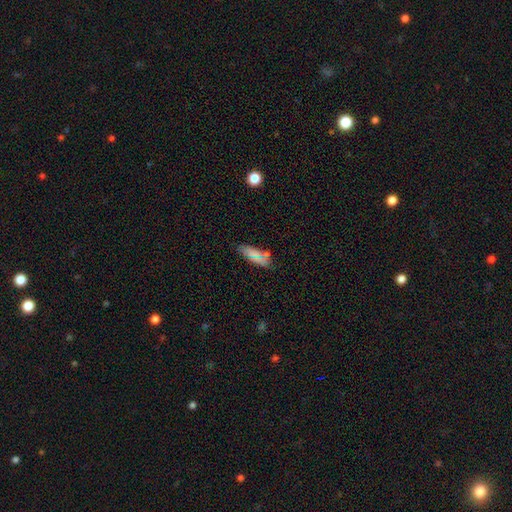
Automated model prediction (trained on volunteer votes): Q: Smooth or featured?
A: smooth (77%); runner-up: featured or disk (13%)
Q: How rounded?
A: in between (60%); runner-up: cigar-shaped (37%)
Q: Merging?
A: none (72%); runner-up: minor disturbance (17%)